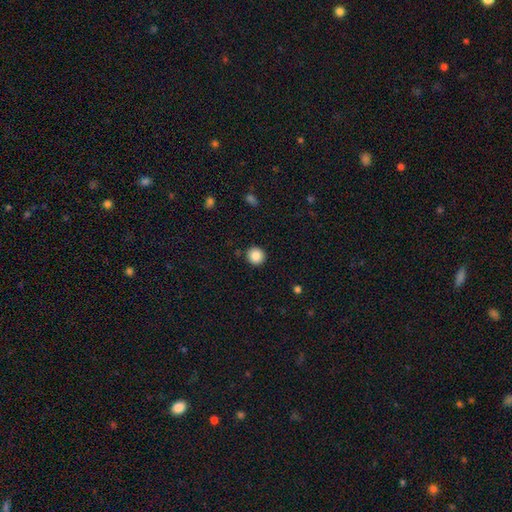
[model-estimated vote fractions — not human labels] Smooth or featured? smooth (87%)
How rounded? round (93%)
Merging? none (91%)